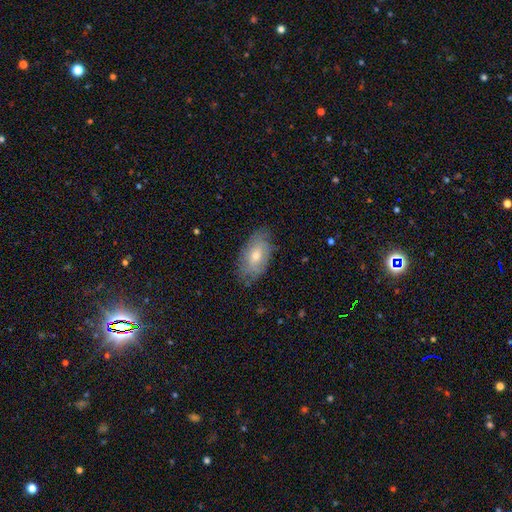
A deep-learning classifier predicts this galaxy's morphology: A smooth galaxy with no disk features (53%) that is in between round and cigar-shaped (92%).

Vote fractions:
- Smooth or featured? smooth: 53% / featured or disk: 38% / star or artifact: 9%
- How rounded? in between: 92% / round: 4% / cigar-shaped: 4%
- Merging? none: 76% / minor disturbance: 19% / major disturbance: 4% / merger: 1%